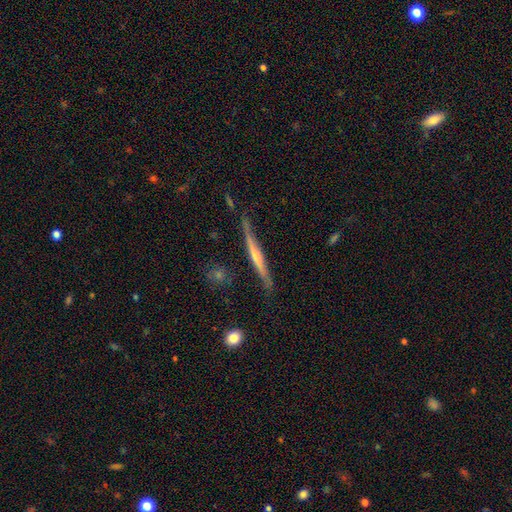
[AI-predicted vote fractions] smooth-or-featured: featured or disk: 68% | smooth: 26% | star or artifact: 6%
  disk-edge-on: yes: 95% | no: 5%
    edge-on-bulge: none: 44% (tied) | rounded: 44% (tied) | boxy: 12%
  merging: none: 75% | minor disturbance: 18% | major disturbance: 4% | merger: 2%